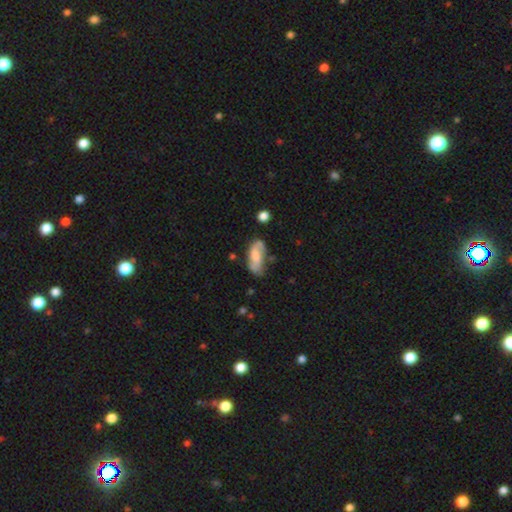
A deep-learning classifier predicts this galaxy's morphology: Smooth or featured: featured or disk — 49% (smooth — 43%)
Merging: none — 61% (minor disturbance — 25%)